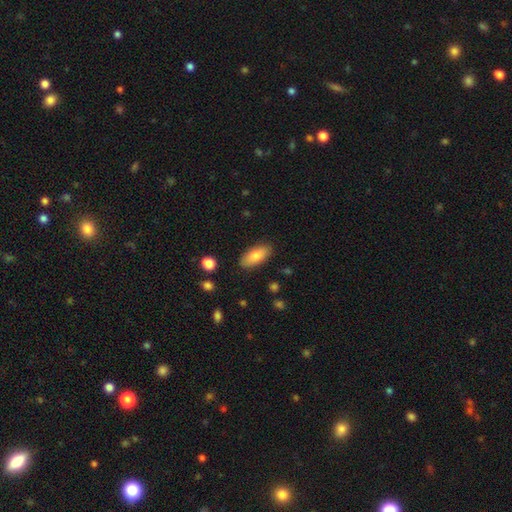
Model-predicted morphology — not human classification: Smooth or featured? smooth (80%)
How rounded? in between (86%)
Merging? none (87%)